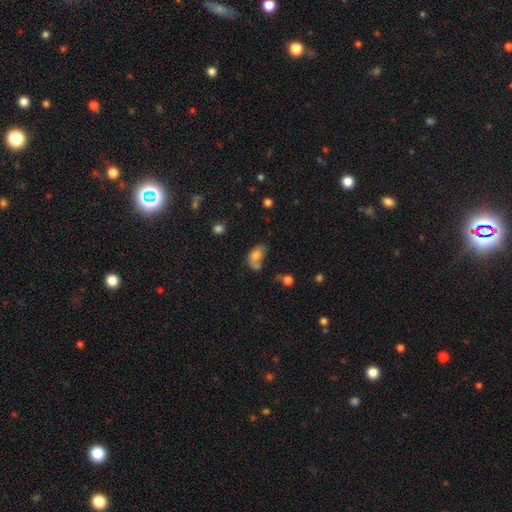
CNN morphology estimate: This appears to be a smooth galaxy with no disk features (70%) that is in between round and cigar-shaped (85%). Merging: none (30%).